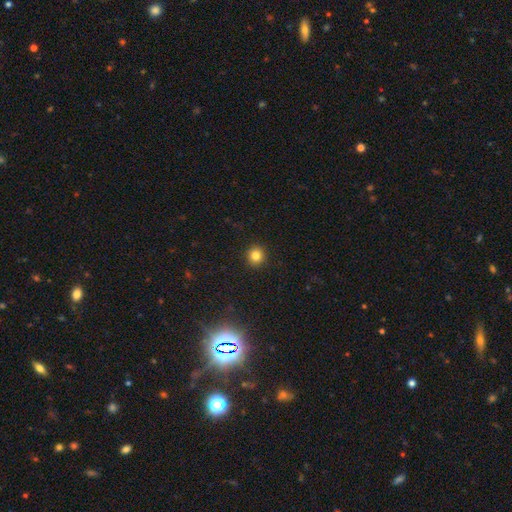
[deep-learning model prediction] Smooth or featured? smooth (82%)
How rounded? round (93%)
Merging? none (93%)